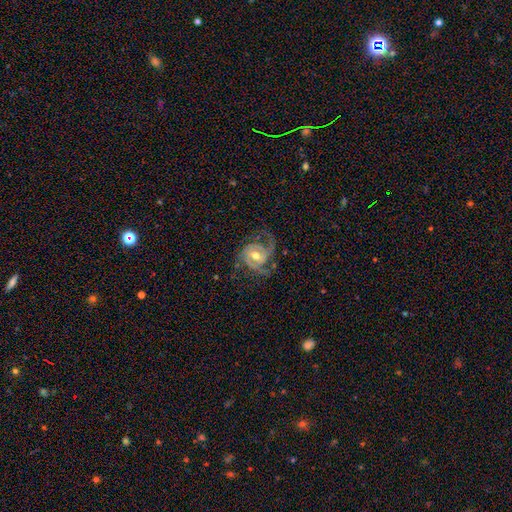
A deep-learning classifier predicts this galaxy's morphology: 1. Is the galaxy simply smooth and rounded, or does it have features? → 88% featured or disk, 7% smooth, 5% star or artifact.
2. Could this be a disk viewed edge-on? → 98% no, 2% yes.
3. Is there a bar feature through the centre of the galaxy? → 46% no, 38% weak, 15% strong.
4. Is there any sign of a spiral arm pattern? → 97% yes, 3% no.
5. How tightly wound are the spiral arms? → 47% medium, 35% tight, 18% loose.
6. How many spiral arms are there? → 53% 2, 24% 3, 8% can't tell, 8% 1, 4% 4, 3% more than 4.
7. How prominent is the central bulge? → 73% moderate, 20% small, 5% large, 1% none, 1% dominant.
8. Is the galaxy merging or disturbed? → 60% none, 20% minor disturbance, 18% major disturbance, 2% merger.